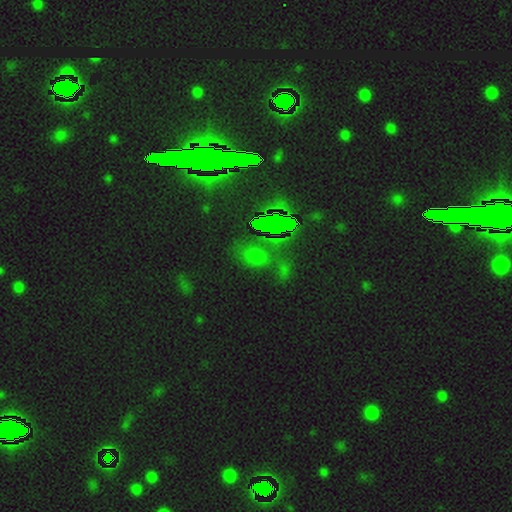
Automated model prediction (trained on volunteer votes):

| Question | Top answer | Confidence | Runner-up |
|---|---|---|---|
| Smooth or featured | star or artifact | 60% | smooth (29%) |